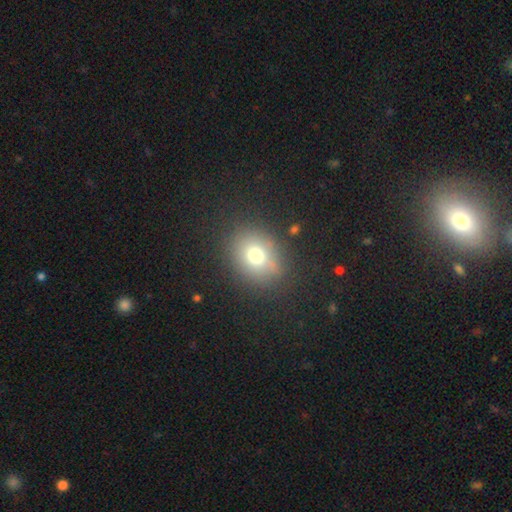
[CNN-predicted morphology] Smooth or featured?
  - smooth: 72% *
  - star or artifact: 15%
  - featured or disk: 13%
How rounded?
  - round: 56% *
  - in between: 43%
  - cigar-shaped: 1%
Merging?
  - none: 80% *
  - minor disturbance: 12%
  - major disturbance: 5%
  - merger: 2%